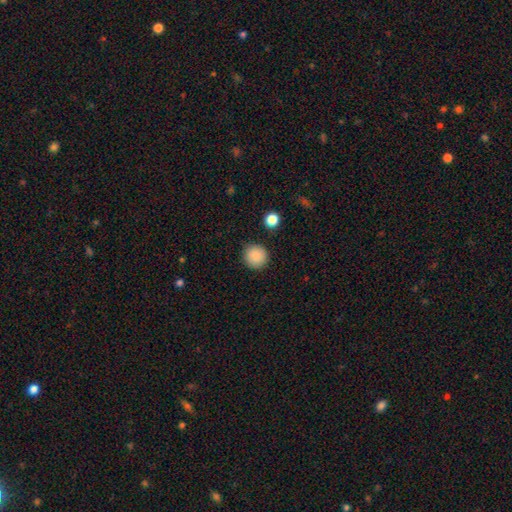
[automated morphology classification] smooth-or-featured: smooth: 87% | star or artifact: 9% | featured or disk: 4%
  how-rounded: round: 95% | in between: 4% | cigar-shaped: 1%
  merging: none: 91% | minor disturbance: 6% | major disturbance: 2% | merger: 1%